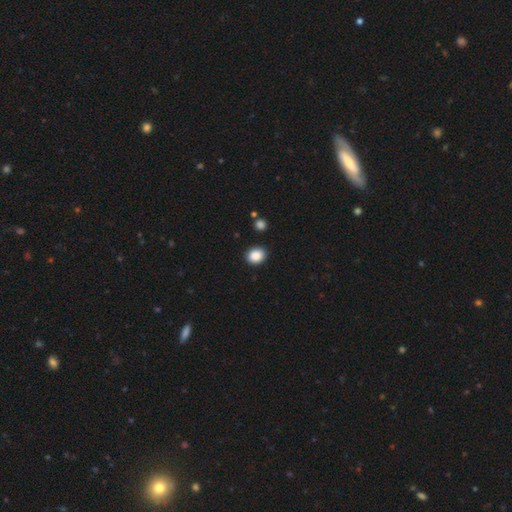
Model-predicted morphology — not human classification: A smooth galaxy with no disk features (88%) that is round (62%). Merging: none (88%).